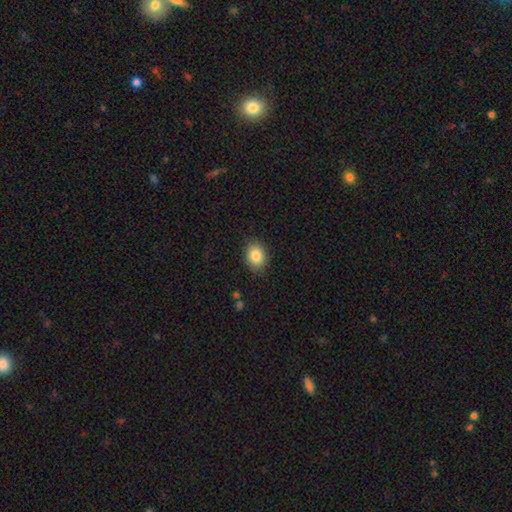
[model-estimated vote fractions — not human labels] Morphology: type=smooth (85%); roundness=in between (60%); merging=none (86%).